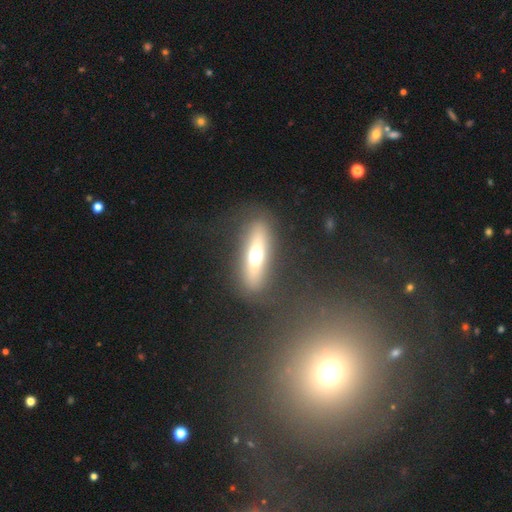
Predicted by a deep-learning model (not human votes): A smooth galaxy with no disk features (44%, tied with featured or disk).

Vote fractions:
- Smooth or featured? smooth: 44% (tied) / featured or disk: 44% (tied) / star or artifact: 11%
- Merging? none: 82% / minor disturbance: 10% / major disturbance: 6% / merger: 2%